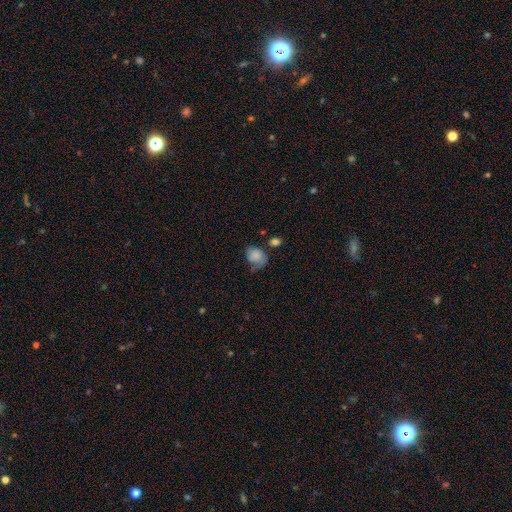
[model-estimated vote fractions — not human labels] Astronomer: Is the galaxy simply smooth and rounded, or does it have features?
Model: smooth — 70%.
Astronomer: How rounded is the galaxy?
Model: in between — 52% (runner-up: round, 47%).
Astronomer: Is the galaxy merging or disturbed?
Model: none — 32% (runner-up: minor disturbance, 30%).